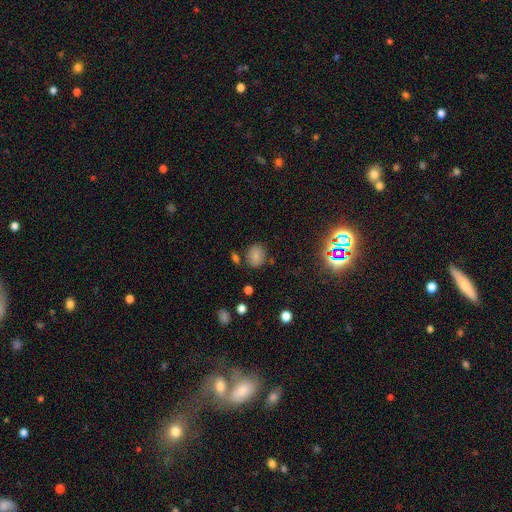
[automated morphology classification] A smooth galaxy with no disk features (74%) that is round (61%).

Vote fractions:
- Smooth or featured? smooth: 74% / star or artifact: 16% / featured or disk: 11%
- How rounded? round: 61% / in between: 38% / cigar-shaped: 1%
- Merging? none: 78% / minor disturbance: 12% / merger: 6% / major disturbance: 4%